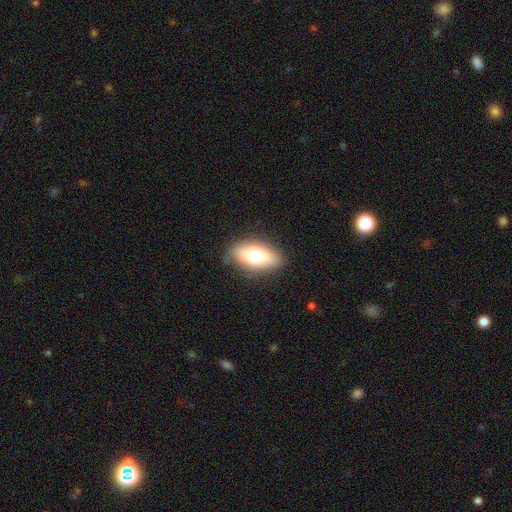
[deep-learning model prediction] The model was most divided on "smooth or featured": smooth: 69%, featured or disk: 22%, star or artifact: 8%. More confident: how rounded — in between (88%); merging — none (83%).